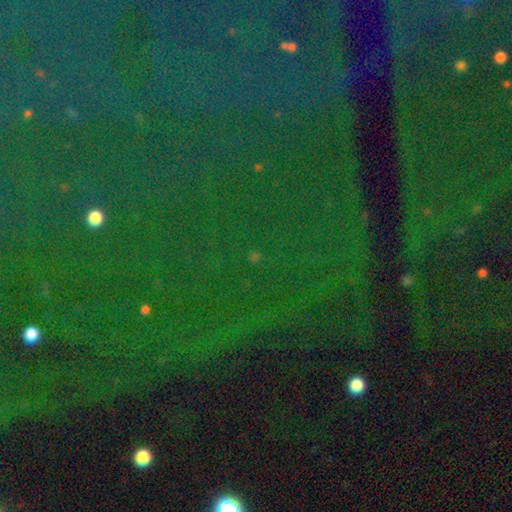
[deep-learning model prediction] Smooth or featured?
  - star or artifact: 83% *
  - smooth: 9%
  - featured or disk: 8%